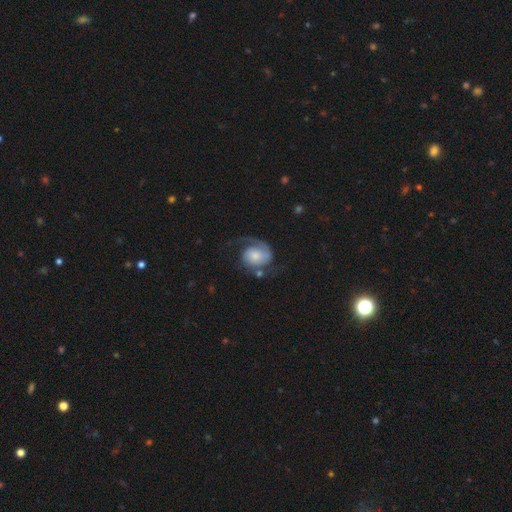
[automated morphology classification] Q: Smooth or featured?
A: featured or disk (76%); runner-up: smooth (18%)
Q: Edge-on disk?
A: no (98%); runner-up: yes (2%)
Q: Bar?
A: no (71%); runner-up: weak (24%)
Q: Spiral arms?
A: yes (95%); runner-up: no (5%)
Q: Spiral winding?
A: medium (42%); runner-up: loose (33%)
Q: Spiral arm count?
A: 2 (64%); runner-up: 1 (29%)
Q: Bulge size?
A: small (39%); runner-up: moderate (32%)
Q: Merging?
A: none (53%); runner-up: major disturbance (23%)